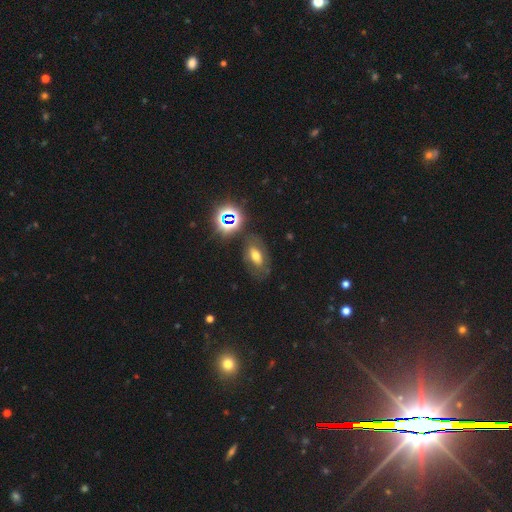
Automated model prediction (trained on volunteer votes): This is possibly a smooth galaxy (50%). Merging: likely none (69%).